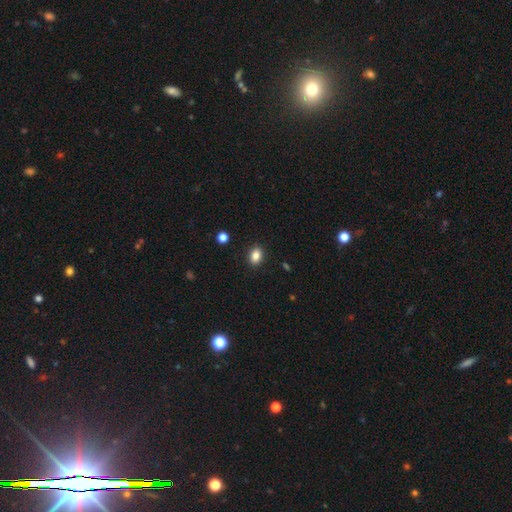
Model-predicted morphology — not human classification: A smooth galaxy with no disk features (85%) that is in between round and cigar-shaped (77%). Merging: none (89%).